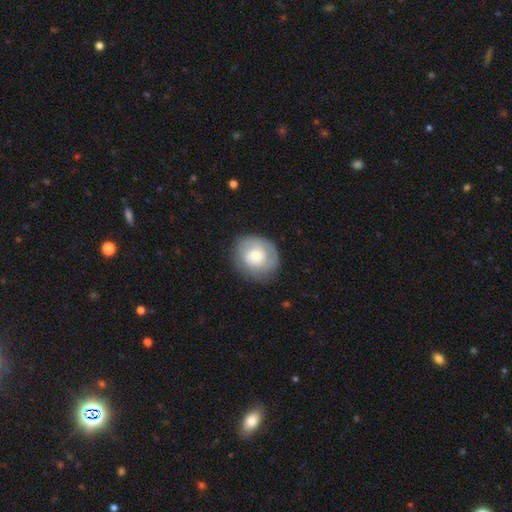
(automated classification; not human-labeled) Smooth or featured: featured or disk — 48% (smooth — 46%)
Merging: none — 77% (minor disturbance — 16%)